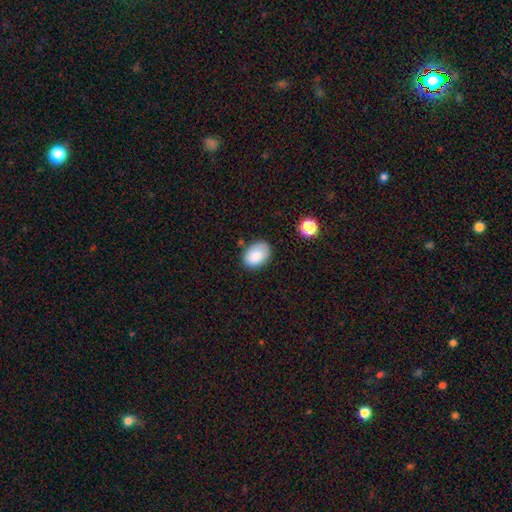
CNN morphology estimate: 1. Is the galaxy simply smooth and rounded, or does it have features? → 86% smooth, 8% star or artifact, 6% featured or disk.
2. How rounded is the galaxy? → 82% in between, 17% round, 1% cigar-shaped.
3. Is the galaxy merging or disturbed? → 75% none, 18% minor disturbance, 4% major disturbance, 3% merger.